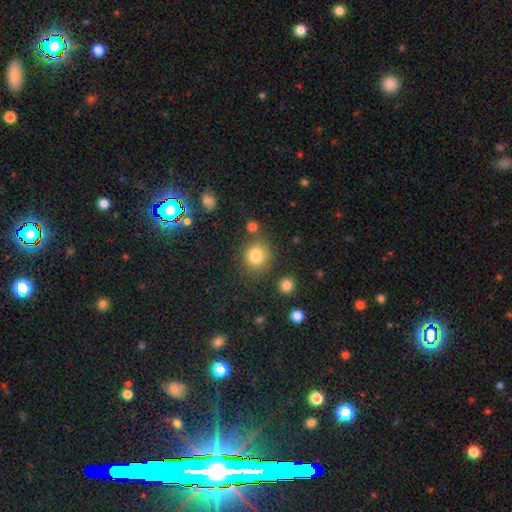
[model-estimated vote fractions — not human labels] Smooth or featured? smooth (82%)
How rounded? round (79%)
Merging? none (77%)